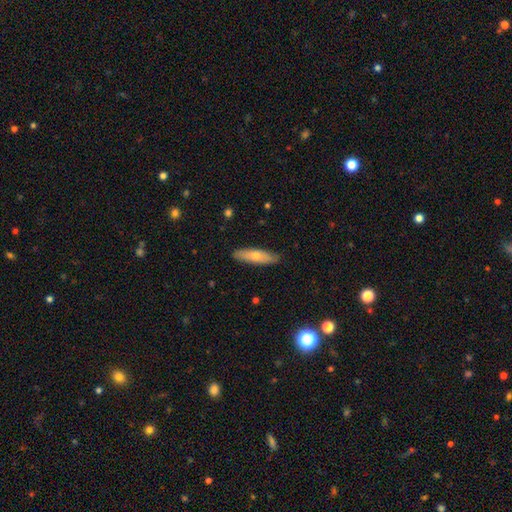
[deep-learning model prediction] smooth-or-featured: smooth: 62% | featured or disk: 31% | star or artifact: 7%
  how-rounded: cigar-shaped: 69% | in between: 29% | round: 2%
  merging: none: 89% | minor disturbance: 9% | major disturbance: 2% | merger: 1%